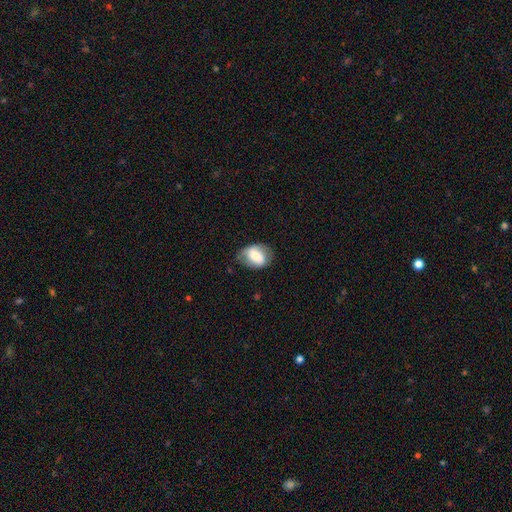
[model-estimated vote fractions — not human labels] A smooth galaxy with no disk features (62%) that is in between round and cigar-shaped (70%).

Vote fractions:
- Smooth or featured? smooth: 62% / featured or disk: 31% / star or artifact: 7%
- How rounded? in between: 70% / round: 28% / cigar-shaped: 1%
- Merging? none: 63% / minor disturbance: 26% / major disturbance: 9% / merger: 2%